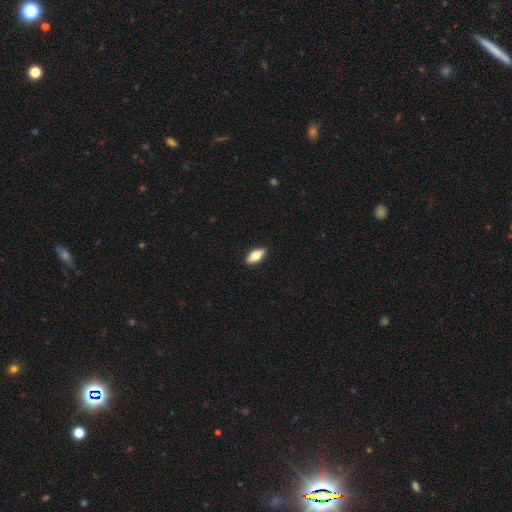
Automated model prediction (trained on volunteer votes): A smooth galaxy with no disk features (70%) that is in between round and cigar-shaped (84%).

Vote fractions:
- Smooth or featured? smooth: 70% / featured or disk: 23% / star or artifact: 6%
- How rounded? in between: 84% / cigar-shaped: 12% / round: 3%
- Merging? none: 89% / minor disturbance: 8% / major disturbance: 2% / merger: 1%